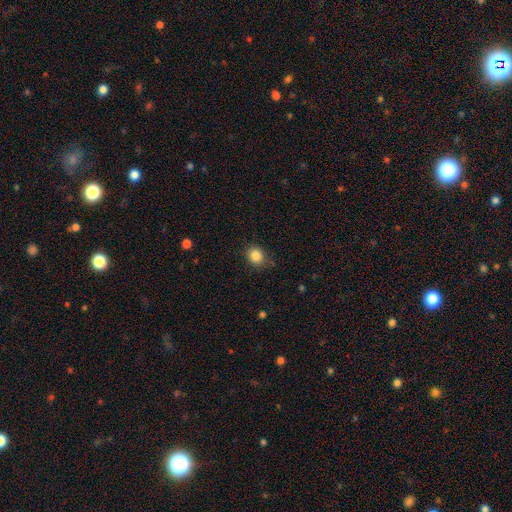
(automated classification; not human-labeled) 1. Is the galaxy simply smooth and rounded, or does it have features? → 86% smooth, 10% star or artifact, 4% featured or disk.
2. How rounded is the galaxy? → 66% round, 33% in between, 1% cigar-shaped.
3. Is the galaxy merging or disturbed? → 82% none, 13% minor disturbance, 3% major disturbance, 1% merger.